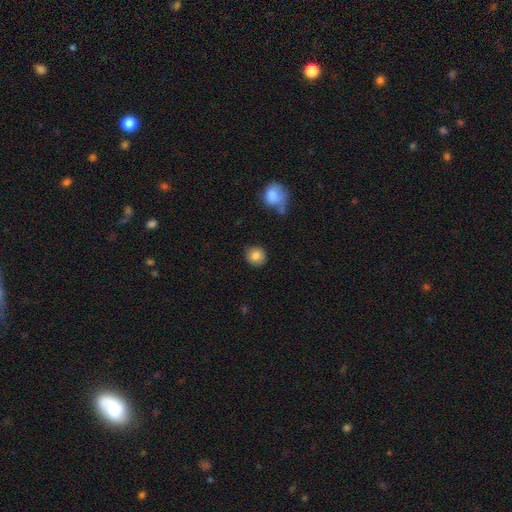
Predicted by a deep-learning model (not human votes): Smooth or featured? smooth (84%)
How rounded? round (88%)
Merging? none (86%)